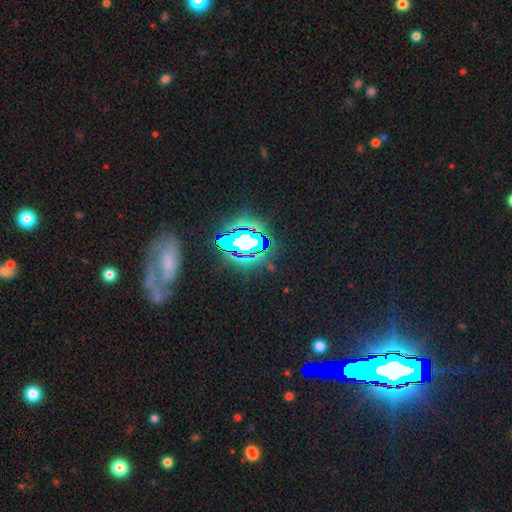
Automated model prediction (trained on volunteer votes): The model was most divided on "smooth or featured": star or artifact: 58%, featured or disk: 26%, smooth: 16%.